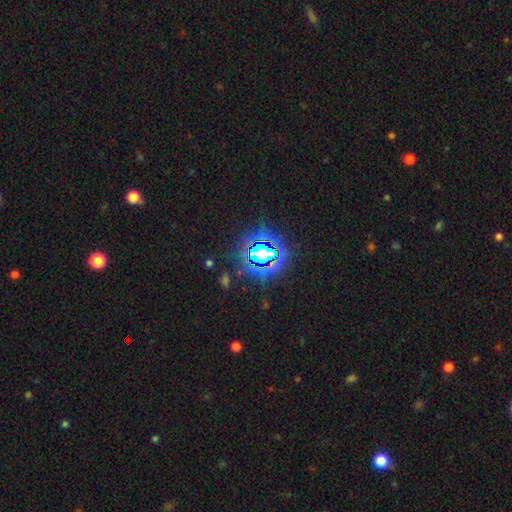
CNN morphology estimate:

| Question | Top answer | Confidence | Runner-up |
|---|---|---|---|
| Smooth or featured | star or artifact | 74% | smooth (16%) |